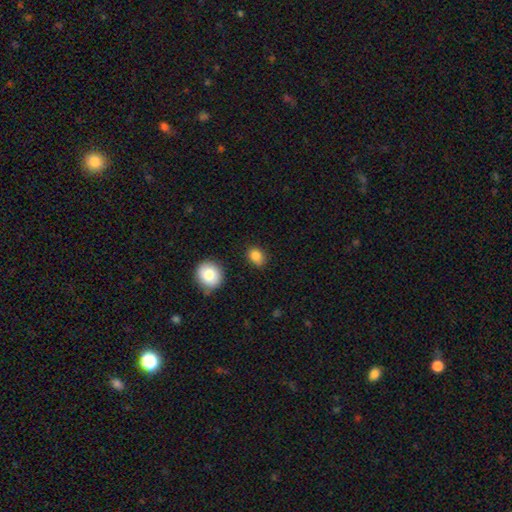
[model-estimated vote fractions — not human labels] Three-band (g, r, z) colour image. It shows a smooth galaxy with no disk features (85%) that is in between round and cigar-shaped (51%). Merging: none (73%).